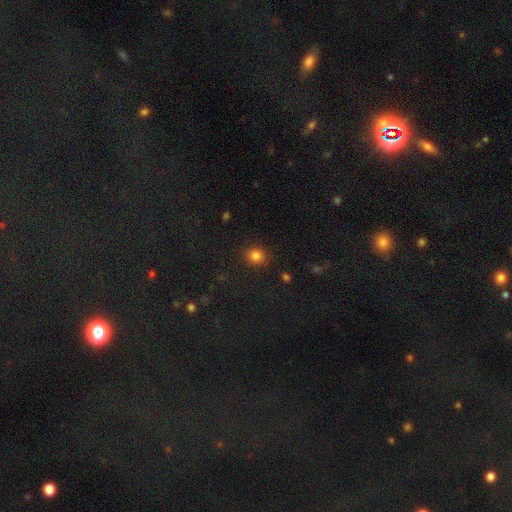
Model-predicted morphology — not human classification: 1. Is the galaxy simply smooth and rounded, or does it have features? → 82% smooth, 13% star or artifact, 5% featured or disk.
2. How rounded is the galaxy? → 82% round, 17% in between, 1% cigar-shaped.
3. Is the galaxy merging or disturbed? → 89% none, 7% minor disturbance, 3% major disturbance, 1% merger.